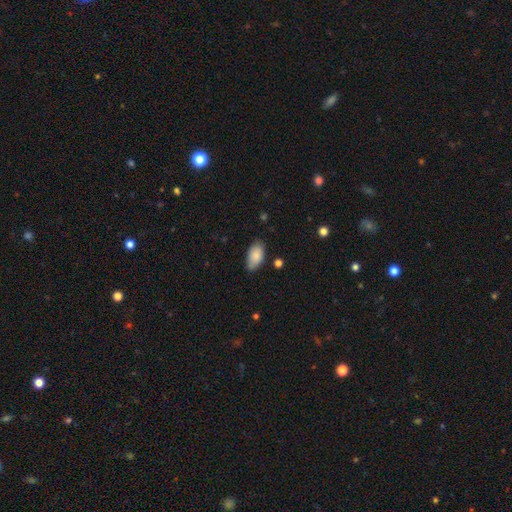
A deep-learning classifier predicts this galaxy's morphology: This is clearly a smooth galaxy (86%). How rounded: clearly in between (94%). Merging: likely none (76%).